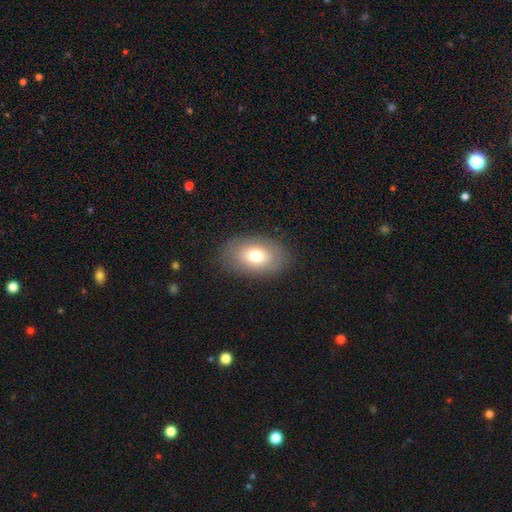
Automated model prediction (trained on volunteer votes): smooth-or-featured: smooth: 74% | featured or disk: 18% | star or artifact: 8%
  how-rounded: in between: 87% | round: 12% | cigar-shaped: 1%
  merging: none: 84% | minor disturbance: 11% | major disturbance: 4% | merger: 1%